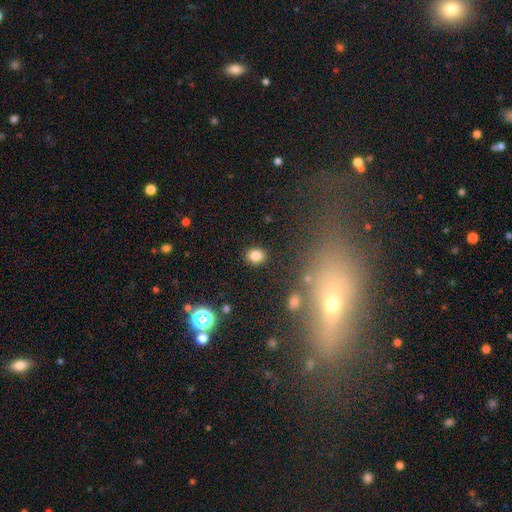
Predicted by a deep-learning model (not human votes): Smooth or featured: smooth — 84% (star or artifact — 11%)
How rounded: round — 51% (in between — 48%)
Merging: none — 87% (minor disturbance — 8%)